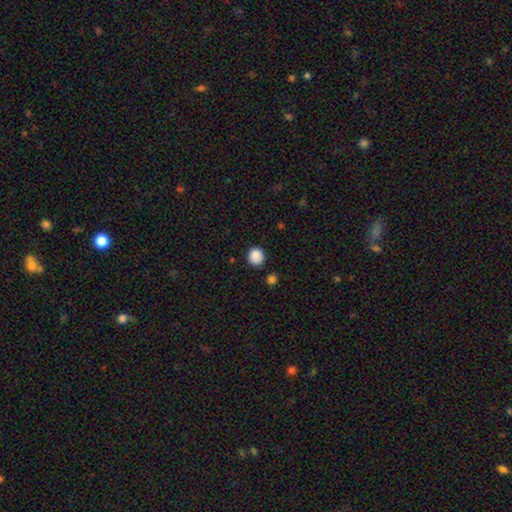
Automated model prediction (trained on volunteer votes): Smooth or featured? smooth (87%)
How rounded? round (84%)
Merging? none (82%)